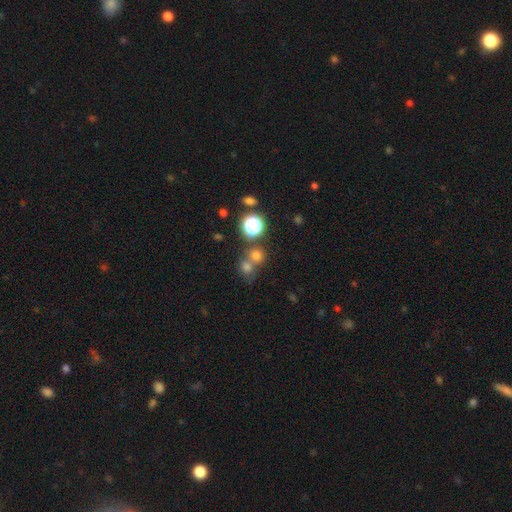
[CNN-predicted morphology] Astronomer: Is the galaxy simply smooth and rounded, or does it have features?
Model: smooth — 68%.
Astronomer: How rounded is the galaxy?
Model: round — 84%.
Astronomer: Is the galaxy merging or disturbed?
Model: none — 55% (runner-up: merger, 34%).